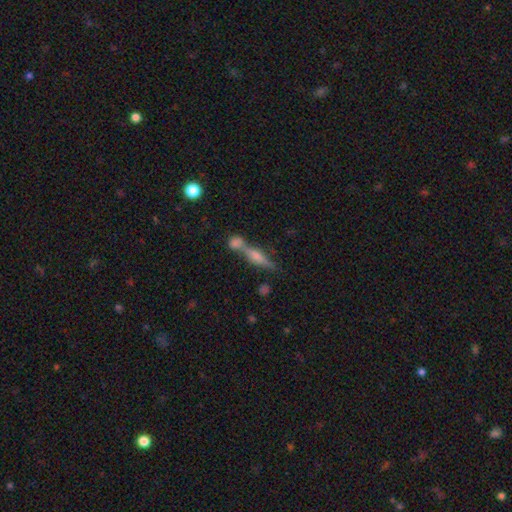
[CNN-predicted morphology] featured or disk 55%, smooth 34%, star or artifact 11%. Down the decision tree: edge-on disk — yes (89%); merging — none (48%).